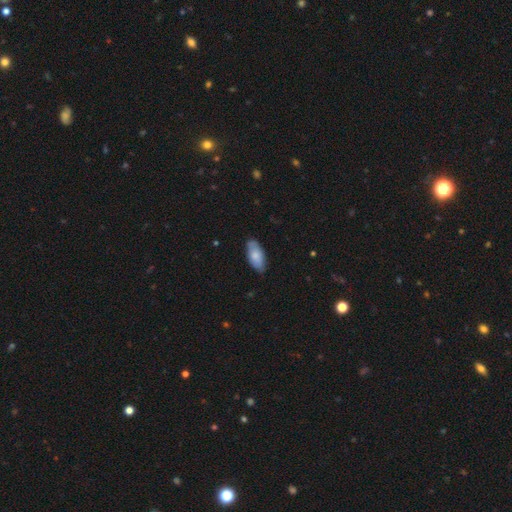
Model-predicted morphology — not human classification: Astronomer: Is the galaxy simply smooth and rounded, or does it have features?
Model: smooth — 76%.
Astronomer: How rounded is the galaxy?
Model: in between — 88%.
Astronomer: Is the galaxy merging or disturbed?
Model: none — 77%.